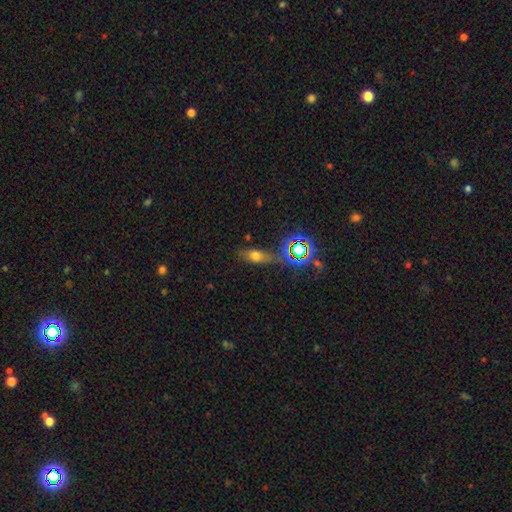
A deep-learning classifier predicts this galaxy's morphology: Overall: smooth (57%; star or artifact 25%). How rounded: in between (62%; cigar-shaped 25%). Merging: none (66%).